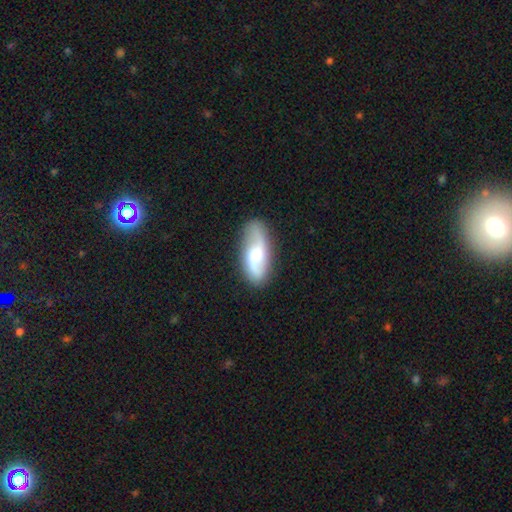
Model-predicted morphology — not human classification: Smooth or featured: featured or disk — 67% (smooth — 27%)
Edge-on disk: no — 89% (yes — 11%)
Bar: no — 51% (weak — 38%)
Spiral arms: yes — 91% (no — 9%)
Spiral winding: loose — 63% (medium — 27%)
Spiral arm count: 2 — 90% (can't tell — 5%)
Bulge size: moderate — 62% (large — 18%)
Merging: none — 84% (minor disturbance — 12%)